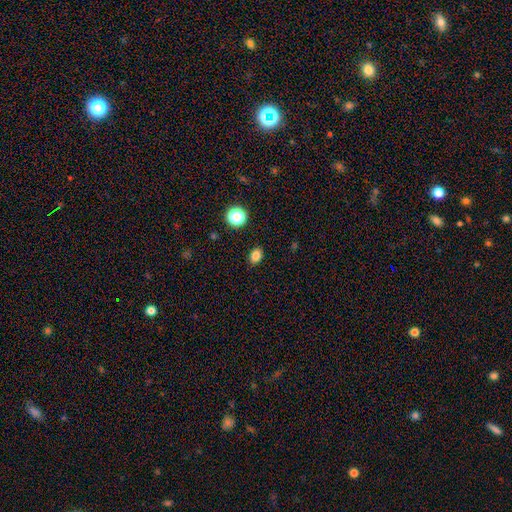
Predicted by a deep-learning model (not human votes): Morphology: type=smooth (83%); roundness=in between (67%); merging=none (89%).